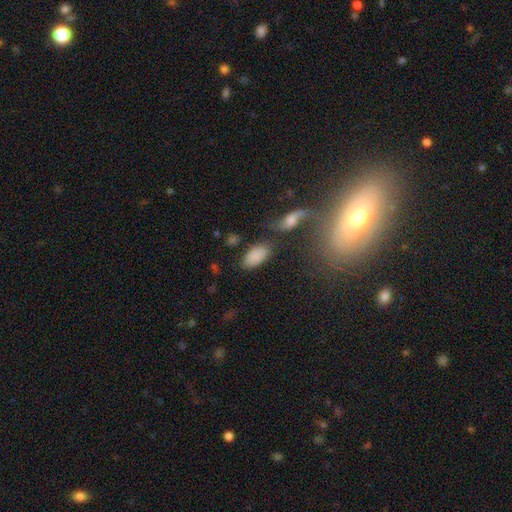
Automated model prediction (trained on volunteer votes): A smooth galaxy with no disk features (84%) that is in between round and cigar-shaped (94%). Merging: none (68%).